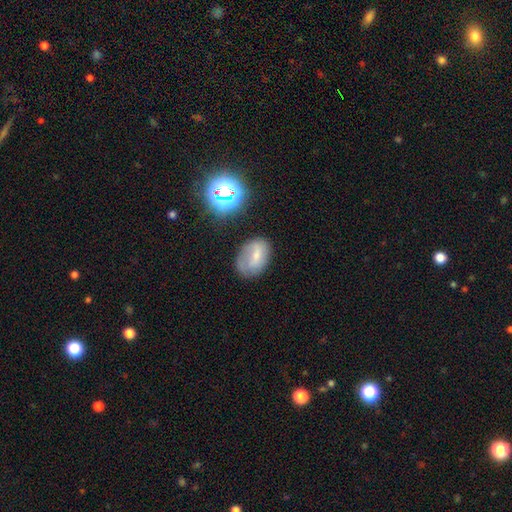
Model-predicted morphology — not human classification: Overall: smooth (51%; featured or disk 35%). How rounded: in between (80%). Merging: none (60%; minor disturbance 26%).